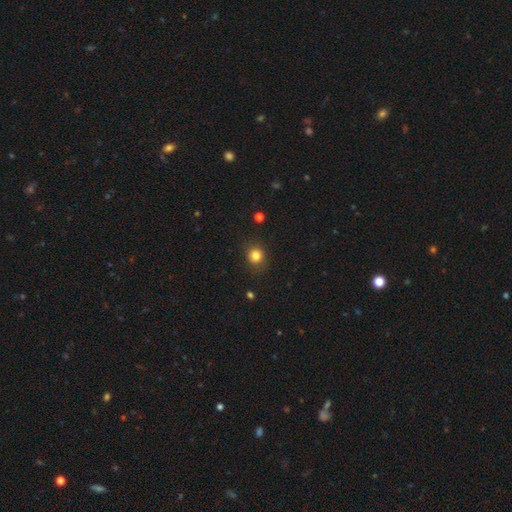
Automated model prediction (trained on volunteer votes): Smooth or featured? smooth (83%)
How rounded? round (85%)
Merging? none (85%)